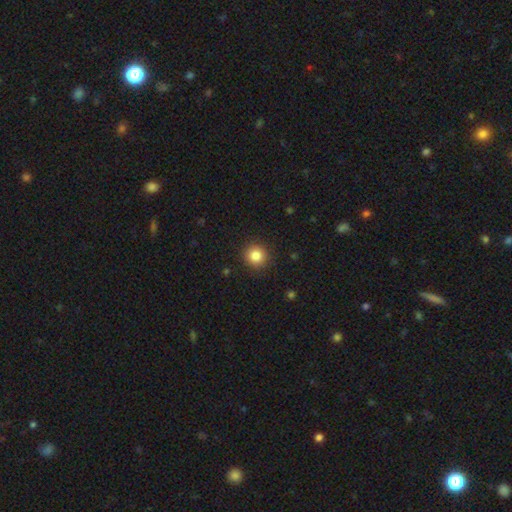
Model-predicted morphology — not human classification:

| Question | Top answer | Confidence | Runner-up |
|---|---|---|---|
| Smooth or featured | smooth | 85% | star or artifact (10%) |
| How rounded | round | 94% | in between (5%) |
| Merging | none | 91% | minor disturbance (6%) |